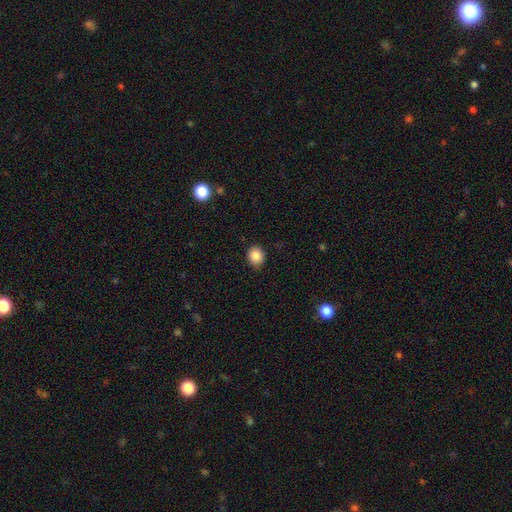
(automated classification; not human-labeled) Morphology: type=smooth (87%); roundness=round (73%); merging=none (89%).